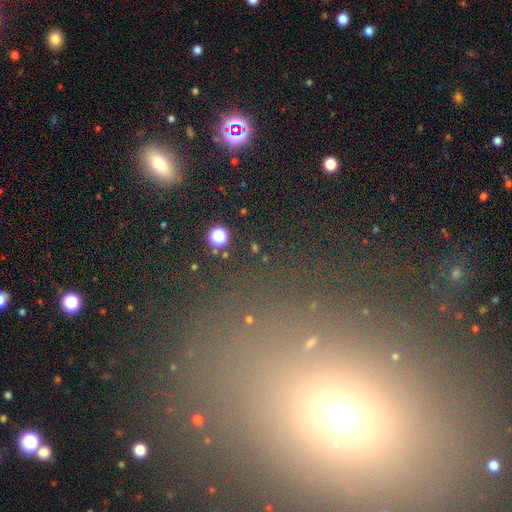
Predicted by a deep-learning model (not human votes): Smooth or featured: smooth — 47% (star or artifact — 42%)
Merging: none — 82% (minor disturbance — 9%)